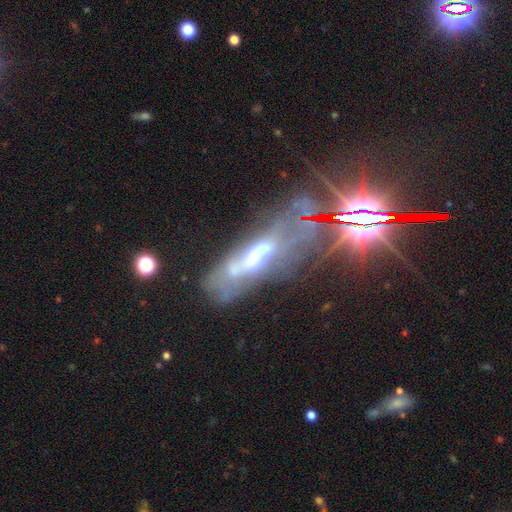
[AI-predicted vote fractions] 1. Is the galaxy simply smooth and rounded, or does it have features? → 59% featured or disk, 23% smooth, 18% star or artifact.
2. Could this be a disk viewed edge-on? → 71% no, 29% yes.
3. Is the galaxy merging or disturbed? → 34% none, 29% major disturbance, 18% minor disturbance, 18% merger.